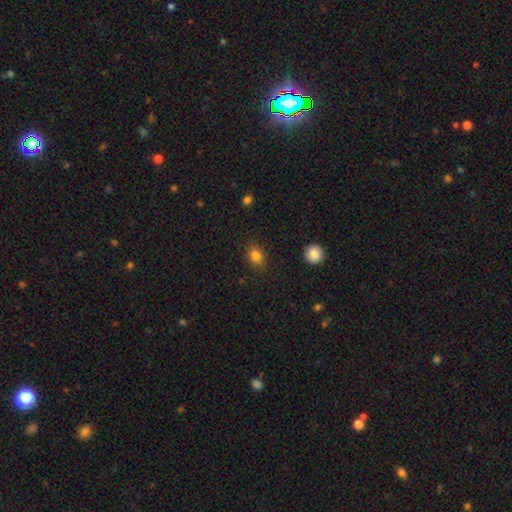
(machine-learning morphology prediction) type=smooth (84%); roundness=round (51%); merging=none (86%).